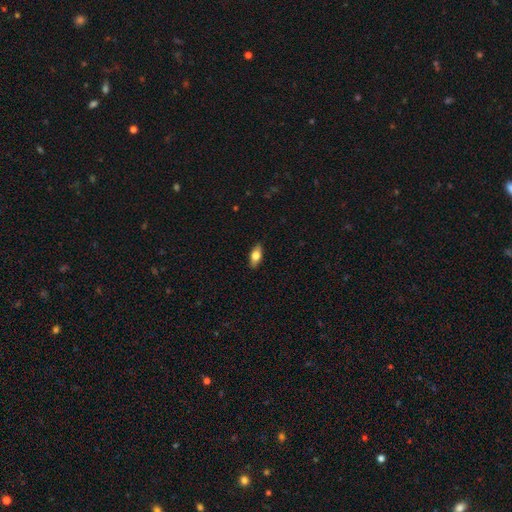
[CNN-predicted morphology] Smooth or featured? Predicted: smooth (p=0.70). How rounded? Predicted: in between (p=0.82). Merging? Predicted: none (p=0.88).